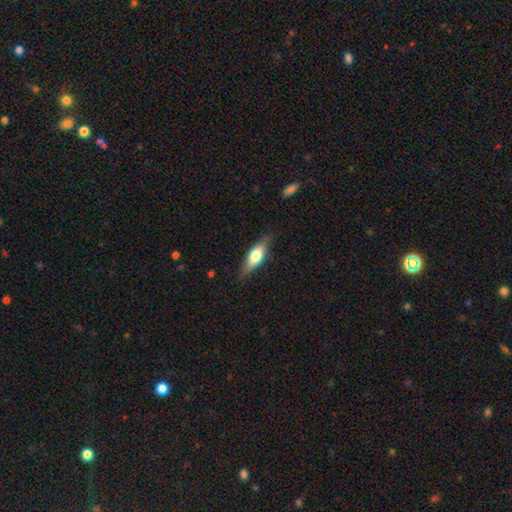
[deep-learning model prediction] Smooth or featured?
  - smooth: 58% *
  - featured or disk: 35%
  - star or artifact: 6%
How rounded?
  - in between: 58% *
  - cigar-shaped: 39%
  - round: 3%
Merging?
  - none: 80% *
  - minor disturbance: 16%
  - major disturbance: 3%
  - merger: 1%